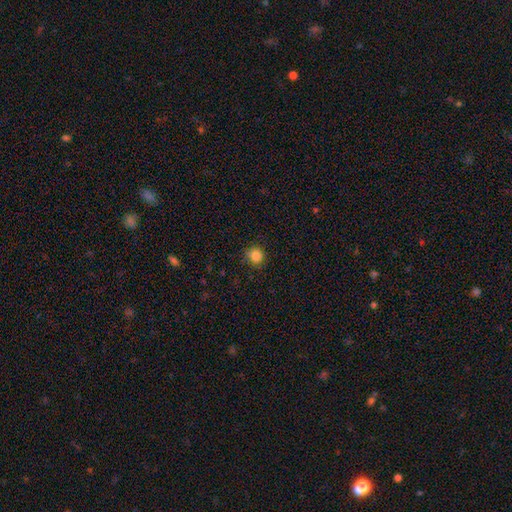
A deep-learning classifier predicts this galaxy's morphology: The model was most divided on "smooth or featured": smooth: 85%, star or artifact: 11%, featured or disk: 4%. More confident: how rounded — round (89%); merging — none (85%).